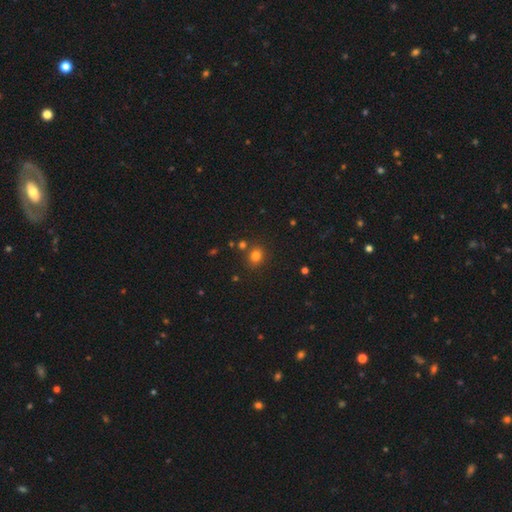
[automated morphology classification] This is likely a smooth galaxy (78%). How rounded: likely round (72%). Merging: likely none (79%).